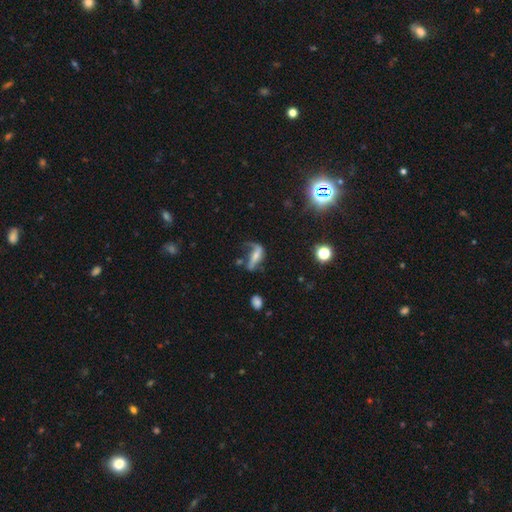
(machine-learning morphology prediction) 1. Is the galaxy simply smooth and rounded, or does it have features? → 63% featured or disk, 26% smooth, 11% star or artifact.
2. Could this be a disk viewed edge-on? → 82% no, 18% yes.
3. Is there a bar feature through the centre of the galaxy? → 42% strong, 33% no, 25% weak.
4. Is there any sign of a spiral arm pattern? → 76% yes, 24% no.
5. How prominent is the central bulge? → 45% small, 26% moderate, 22% none, 4% large, 2% dominant.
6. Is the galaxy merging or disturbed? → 36% major disturbance, 33% none, 22% minor disturbance, 9% merger.